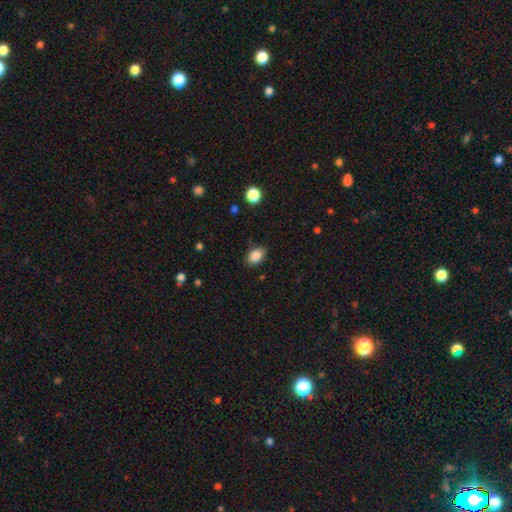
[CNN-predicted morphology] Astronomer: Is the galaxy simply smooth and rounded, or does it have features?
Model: smooth — 85%.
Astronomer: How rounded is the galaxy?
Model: in between — 80%.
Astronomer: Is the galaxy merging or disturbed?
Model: none — 83%.